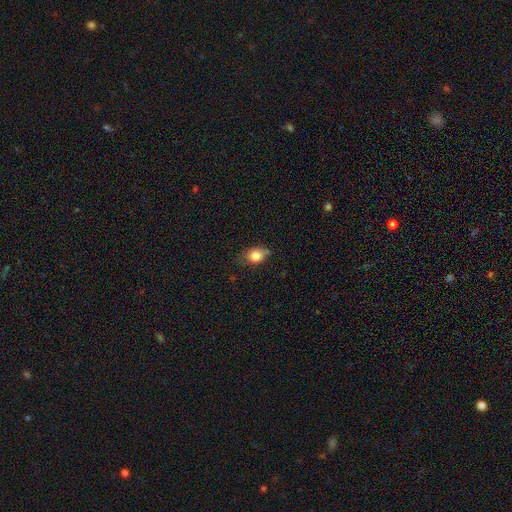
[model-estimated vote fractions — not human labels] Smooth or featured? Predicted: smooth (p=0.82). How rounded? Predicted: in between (p=0.53). Merging? Predicted: none (p=0.58).